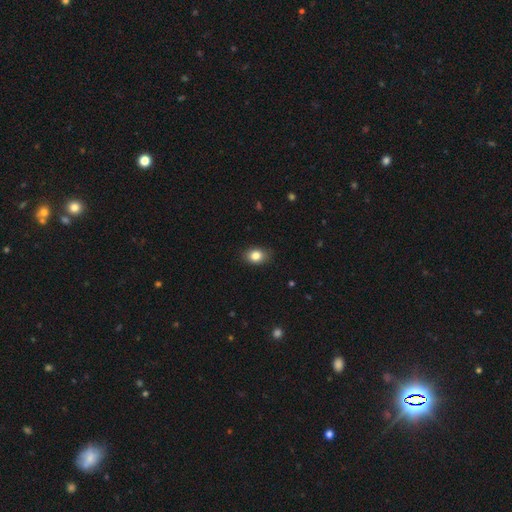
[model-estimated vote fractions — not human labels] Smooth or featured? smooth (84%)
How rounded? in between (66%)
Merging? none (85%)